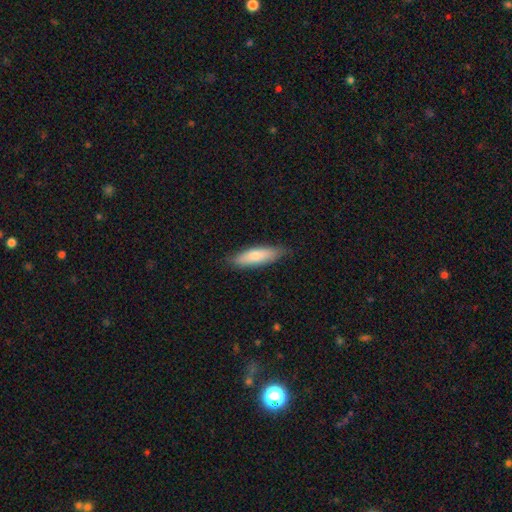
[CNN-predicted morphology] This appears to be a smooth galaxy with no disk features (74%) that is cigar-shaped (55%). Merging: none (82%).